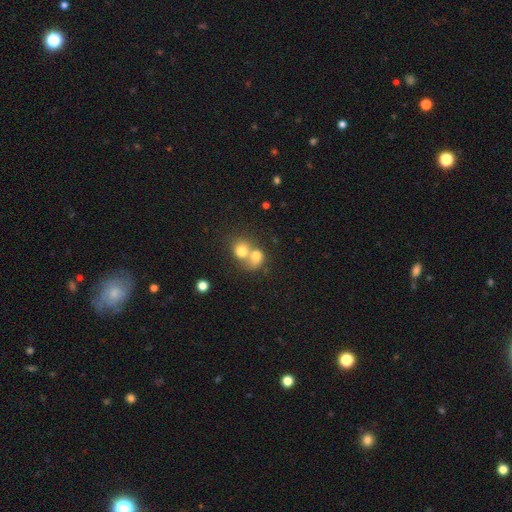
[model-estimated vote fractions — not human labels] Q: Smooth or featured?
A: smooth (71%); runner-up: featured or disk (19%)
Q: How rounded?
A: round (64%); runner-up: in between (35%)
Q: Merging?
A: merger (73%); runner-up: none (18%)